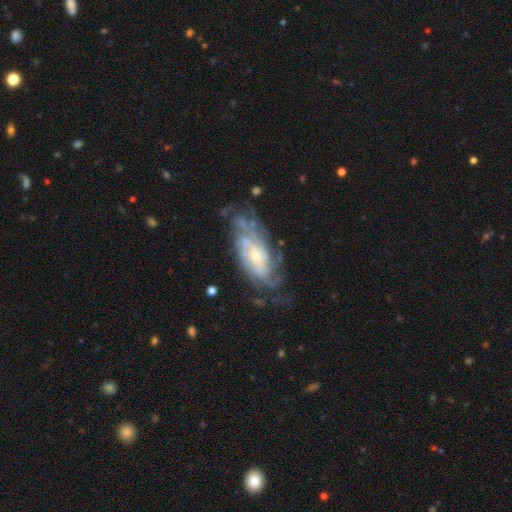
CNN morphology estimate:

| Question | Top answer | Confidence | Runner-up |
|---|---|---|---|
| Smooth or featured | featured or disk | 84% | smooth (10%) |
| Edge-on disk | no | 93% | yes (7%) |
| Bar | no | 65% | weak (28%) |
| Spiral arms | yes | 93% | no (7%) |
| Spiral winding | tight | 56% | medium (33%) |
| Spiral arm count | can't tell | 43% | 4 (19%) |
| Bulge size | small | 61% | moderate (33%) |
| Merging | none | 62% | minor disturbance (21%) |